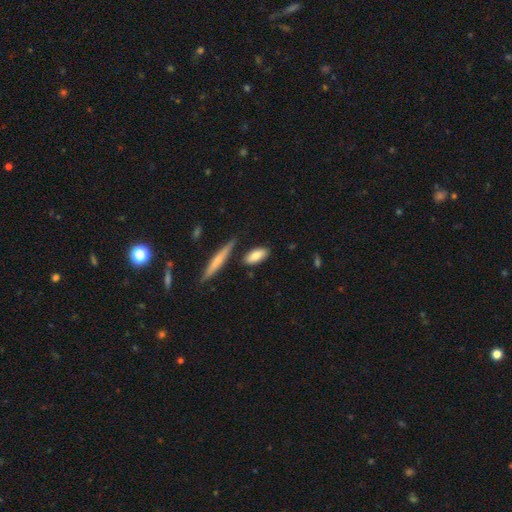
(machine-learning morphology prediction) A smooth galaxy with no disk features (80%) that is in between round and cigar-shaped (80%).

Vote fractions:
- Smooth or featured? smooth: 80% / featured or disk: 14% / star or artifact: 6%
- How rounded? in between: 80% / cigar-shaped: 17% / round: 3%
- Merging? none: 78% / minor disturbance: 13% / merger: 5% / major disturbance: 3%